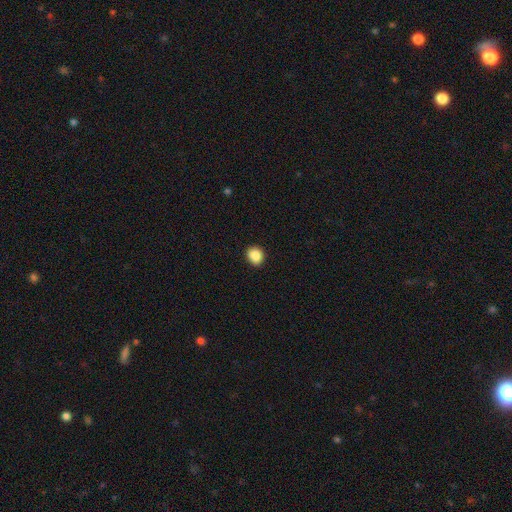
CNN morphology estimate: smooth_or_featured: smooth (p=0.88) [alt: star or artifact p=0.09]
how_rounded: round (p=0.74) [alt: in between p=0.25]
merging: none (p=0.89) [alt: minor disturbance p=0.08]